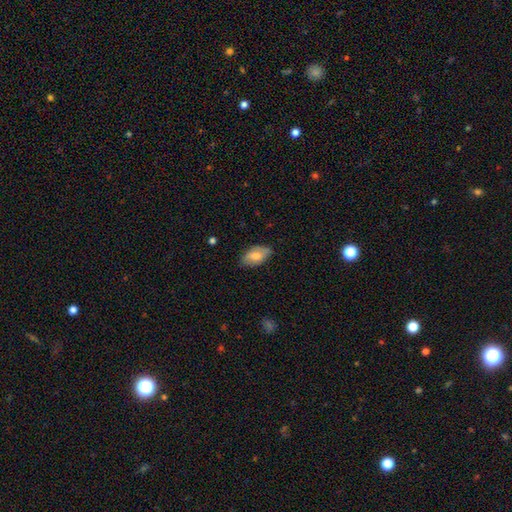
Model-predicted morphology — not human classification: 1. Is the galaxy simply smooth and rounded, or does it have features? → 69% smooth, 25% featured or disk, 6% star or artifact.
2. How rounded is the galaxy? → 93% in between, 4% round, 2% cigar-shaped.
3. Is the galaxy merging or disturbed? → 76% none, 19% minor disturbance, 3% major disturbance, 1% merger.